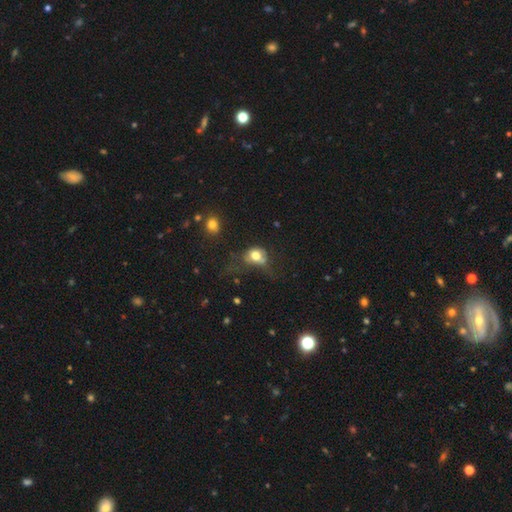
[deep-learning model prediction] Q: Smooth or featured?
A: smooth (70%); runner-up: featured or disk (18%)
Q: How rounded?
A: round (51%); runner-up: in between (48%)
Q: Merging?
A: major disturbance (38%); runner-up: none (27%)